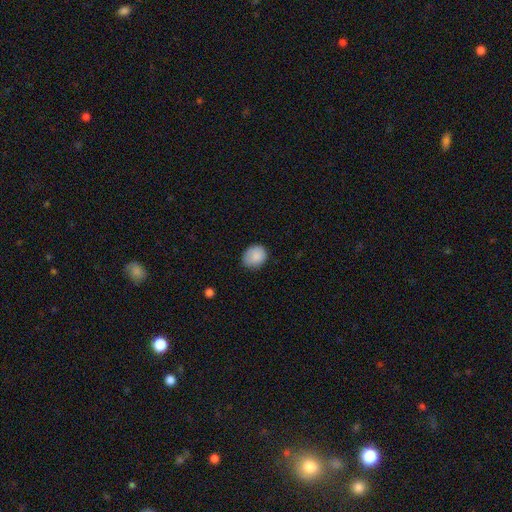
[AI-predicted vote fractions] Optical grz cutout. It shows a smooth galaxy with no disk features (87%) that is round (62%). Merging: none (76%).